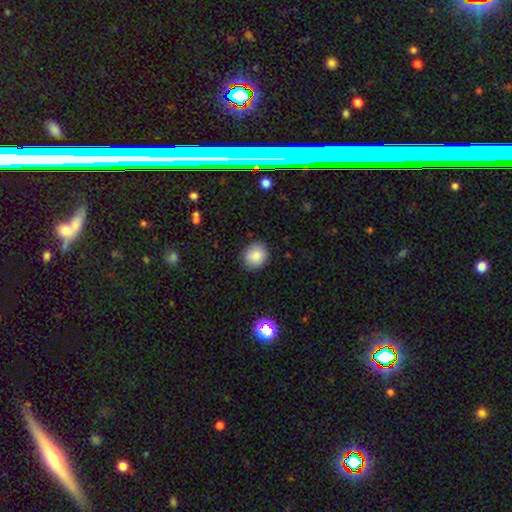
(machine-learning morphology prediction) Smooth or featured? Predicted: smooth (p=0.85). How rounded? Predicted: round (p=0.77). Merging? Predicted: none (p=0.88).